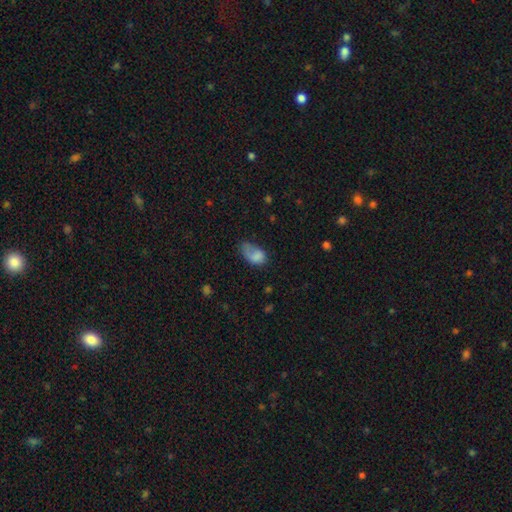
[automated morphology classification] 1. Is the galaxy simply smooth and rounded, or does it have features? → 73% smooth, 17% featured or disk, 9% star or artifact.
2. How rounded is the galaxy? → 88% in between, 11% round, 2% cigar-shaped.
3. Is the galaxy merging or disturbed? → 37% major disturbance, 31% minor disturbance, 26% none, 6% merger.